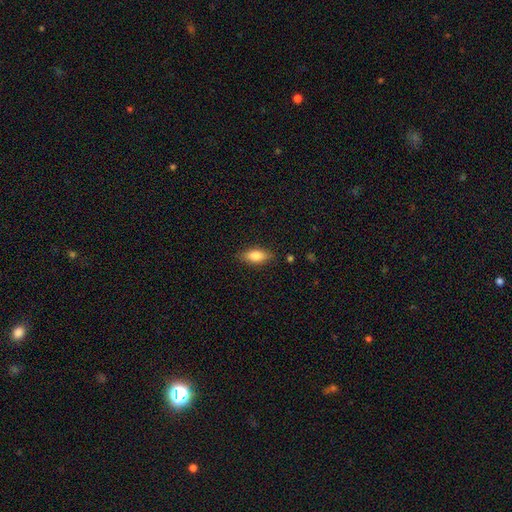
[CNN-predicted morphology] smooth-or-featured: smooth: 80% | featured or disk: 13% | star or artifact: 7%
  how-rounded: in between: 79% | cigar-shaped: 18% | round: 3%
  merging: none: 83% | minor disturbance: 13% | major disturbance: 3% | merger: 1%